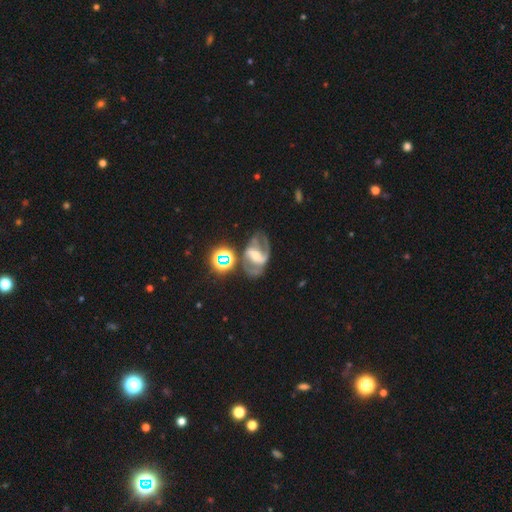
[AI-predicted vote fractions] Smooth or featured?
  - featured or disk: 80% *
  - star or artifact: 12%
  - smooth: 9%
Edge-on disk?
  - no: 97% *
  - yes: 3%
Bar?
  - strong: 47% *
  - weak: 36%
  - no: 16%
Spiral arms?
  - yes: 94% *
  - no: 6%
Spiral winding?
  - medium: 55% *
  - loose: 26%
  - tight: 19%
Spiral arm count?
  - 2: 78% *
  - 3: 9%
  - can't tell: 7%
  - 1: 3%
  - 4: 2%
  - more than 4: 2%
Bulge size?
  - moderate: 49% *
  - small: 38%
  - large: 7%
  - none: 4%
  - dominant: 2%
Merging?
  - none: 57% *
  - minor disturbance: 19%
  - major disturbance: 16%
  - merger: 8%